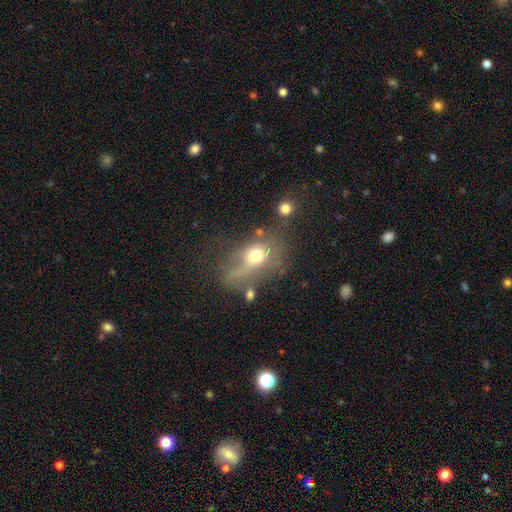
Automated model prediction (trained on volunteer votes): Q: Smooth or featured?
A: smooth (59%); runner-up: featured or disk (27%)
Q: How rounded?
A: in between (62%); runner-up: round (35%)
Q: Merging?
A: major disturbance (42%); runner-up: none (26%)